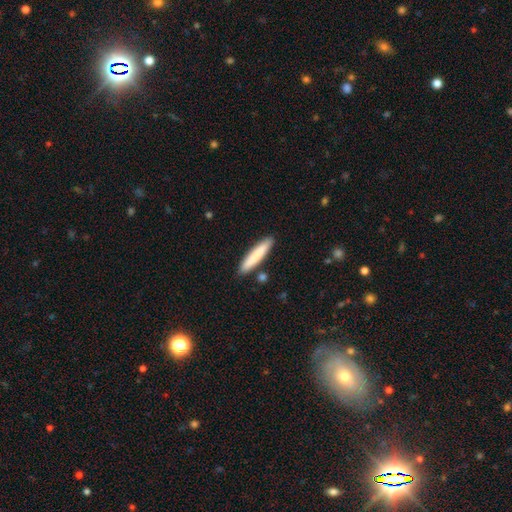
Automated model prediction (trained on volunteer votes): A smooth galaxy with no disk features (81%) that is cigar-shaped (91%).

Vote fractions:
- Smooth or featured? smooth: 81% / featured or disk: 13% / star or artifact: 5%
- How rounded? cigar-shaped: 91% / in between: 8% / round: 1%
- Merging? none: 88% / minor disturbance: 8% / merger: 3% / major disturbance: 2%